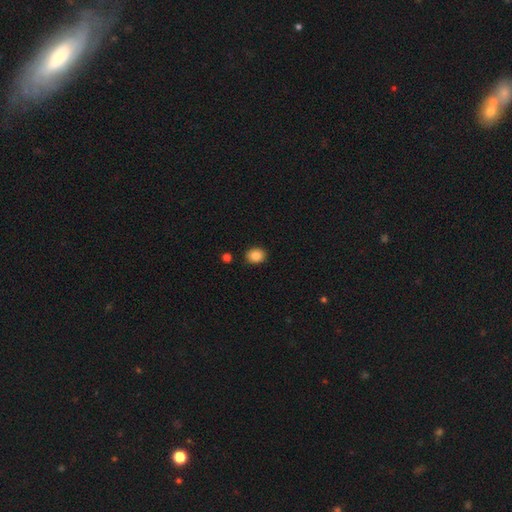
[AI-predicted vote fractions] smooth-or-featured: smooth: 86% | star or artifact: 9% | featured or disk: 5%
  how-rounded: round: 58% | in between: 41% | cigar-shaped: 1%
  merging: none: 89% | minor disturbance: 7% | merger: 2% | major disturbance: 2%